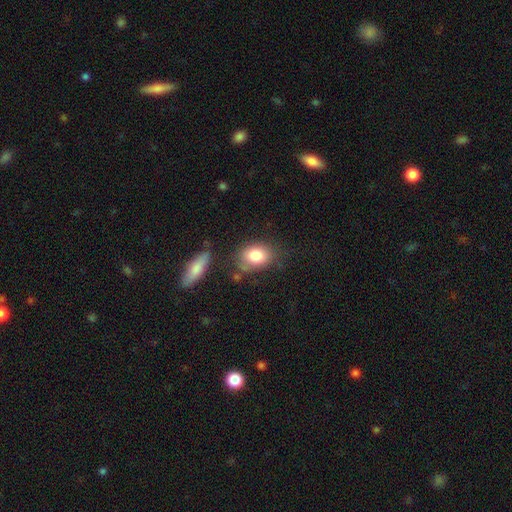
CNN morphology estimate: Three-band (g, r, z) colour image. It shows a smooth galaxy with no disk features (82%) that is in between round and cigar-shaped (72%). Merging: none (64%).